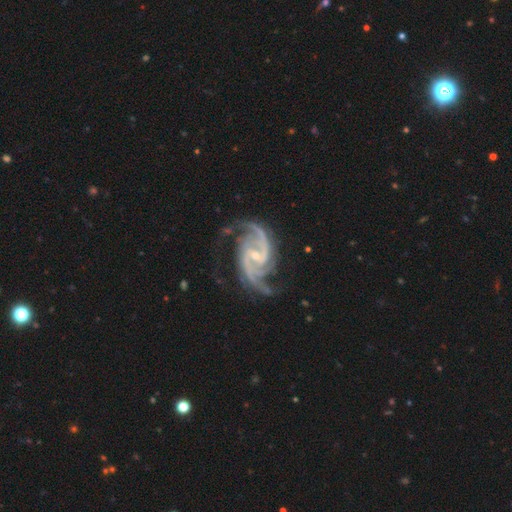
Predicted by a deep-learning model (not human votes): Q: Smooth or featured?
A: featured or disk (94%); runner-up: star or artifact (4%)
Q: Edge-on disk?
A: no (98%); runner-up: yes (2%)
Q: Bar?
A: weak (47%); runner-up: no (27%)
Q: Spiral arms?
A: yes (99%); runner-up: no (1%)
Q: Spiral winding?
A: medium (58%); runner-up: loose (21%)
Q: Spiral arm count?
A: 2 (72%); runner-up: 3 (12%)
Q: Bulge size?
A: small (68%); runner-up: moderate (27%)
Q: Merging?
A: none (69%); runner-up: minor disturbance (19%)